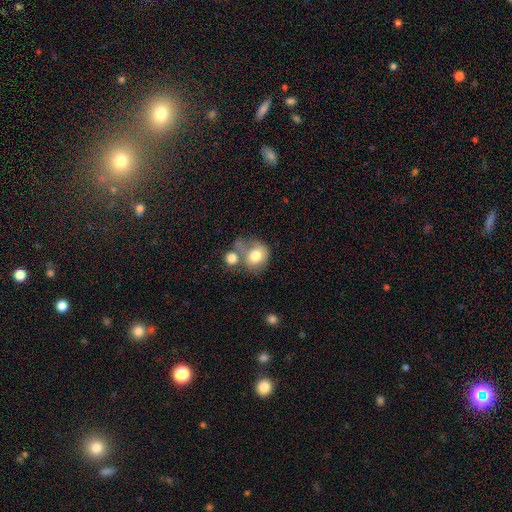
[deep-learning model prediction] Overall: smooth (73%). How rounded: round (68%; in between 31%). Merging: merger (39%; none 32%).